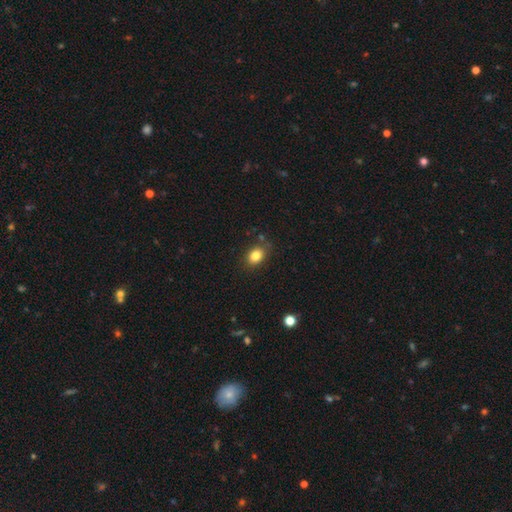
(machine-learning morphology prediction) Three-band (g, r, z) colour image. It shows a smooth galaxy with no disk features (83%) that is in between round and cigar-shaped (64%). Merging: none (81%).